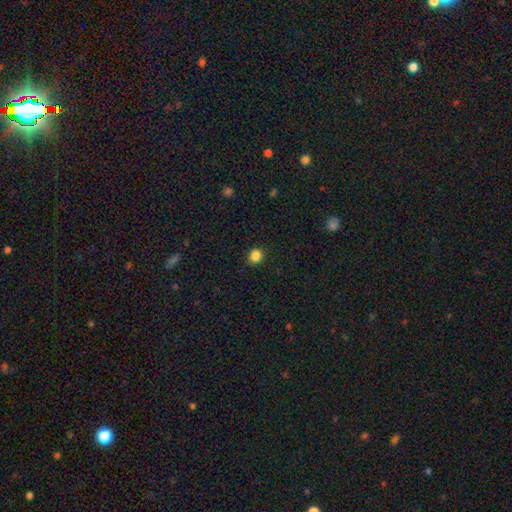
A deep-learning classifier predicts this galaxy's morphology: Smooth or featured?
  - smooth: 85% *
  - star or artifact: 11%
  - featured or disk: 4%
How rounded?
  - round: 82% *
  - in between: 17%
  - cigar-shaped: 1%
Merging?
  - none: 90% *
  - minor disturbance: 7%
  - major disturbance: 2%
  - merger: 1%